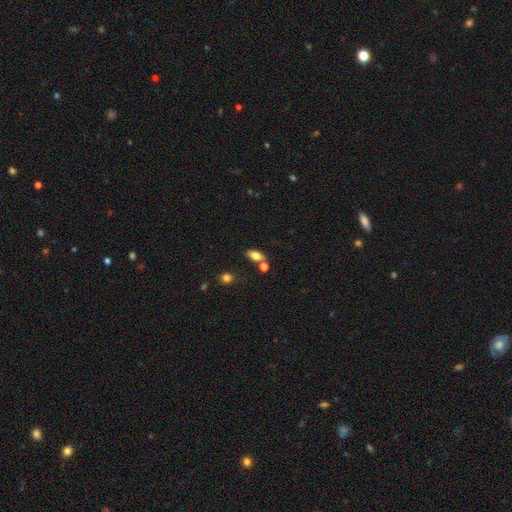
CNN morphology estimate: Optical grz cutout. It shows a smooth galaxy with no disk features (76%) that is in between round and cigar-shaped (86%). Merging: none (66%).